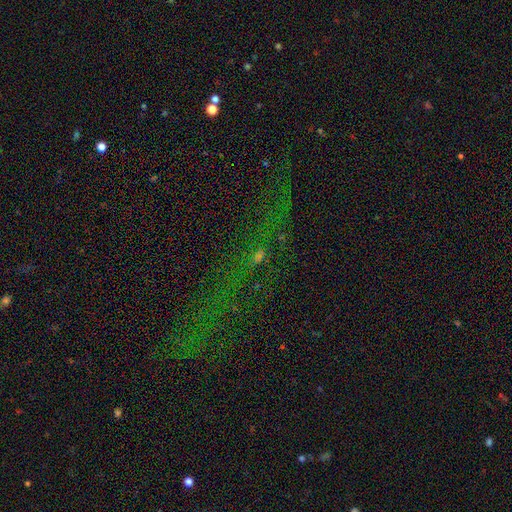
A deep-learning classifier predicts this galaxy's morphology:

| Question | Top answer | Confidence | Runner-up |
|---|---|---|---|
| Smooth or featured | star or artifact | 67% | smooth (17%) |